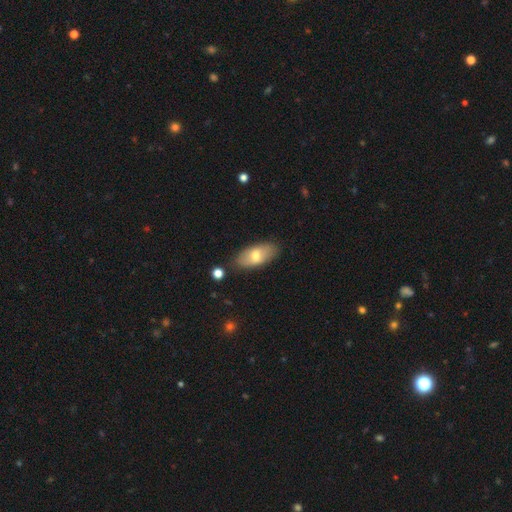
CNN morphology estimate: Q: Smooth or featured?
A: smooth (64%); runner-up: featured or disk (29%)
Q: How rounded?
A: in between (89%); runner-up: cigar-shaped (8%)
Q: Merging?
A: none (81%); runner-up: minor disturbance (13%)